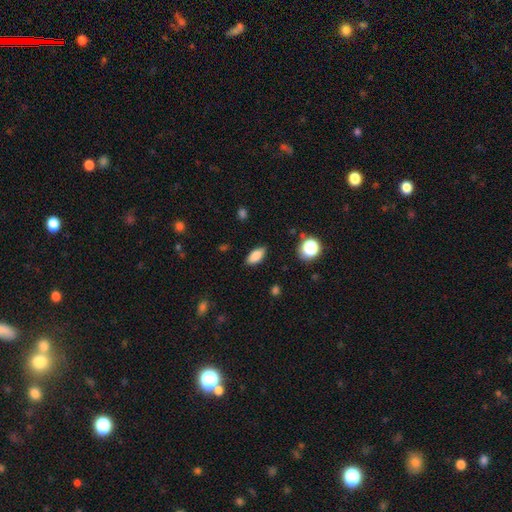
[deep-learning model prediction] Smooth or featured: smooth — 83% (star or artifact — 9%)
How rounded: in between — 86% (cigar-shaped — 10%)
Merging: none — 87% (minor disturbance — 9%)